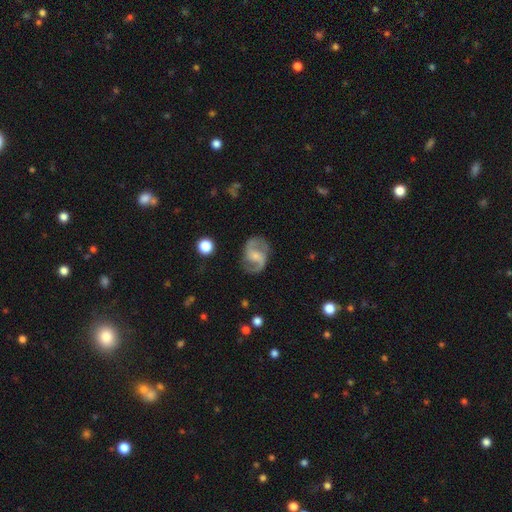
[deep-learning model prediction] Overall: featured or disk (87%). Edge-on disk: no (98%). Bar: weak (47%; no 37%). Spiral arms: yes (97%). Spiral arm count: 2 (93%). Spiral winding: medium (54%; loose 32%). Bulge size: small (49%; moderate 32%). Merging: none (80%).